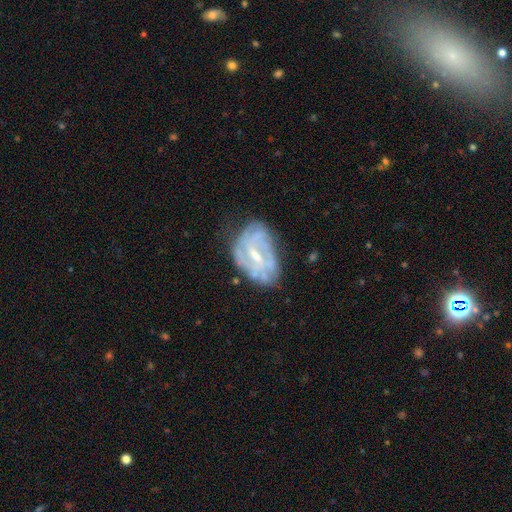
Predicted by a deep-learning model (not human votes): This is likely a featured or disk galaxy (76%). It is clearly not viewed edge-on (97%). Bar: possibly weak (53%). Spiral arm pattern: likely yes (70%). Spiral arm count: possibly can't tell (49%). Spiral winding: possibly tight (49%). Central bulge: possibly small (51%). Merging: possibly none (55%).